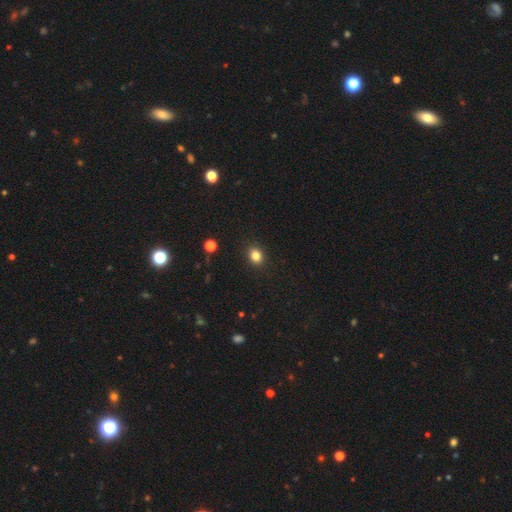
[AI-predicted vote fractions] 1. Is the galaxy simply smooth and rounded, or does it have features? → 83% smooth, 12% star or artifact, 5% featured or disk.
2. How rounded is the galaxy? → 52% round, 47% in between, 1% cigar-shaped.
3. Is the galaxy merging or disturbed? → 89% none, 7% minor disturbance, 2% major disturbance, 1% merger.